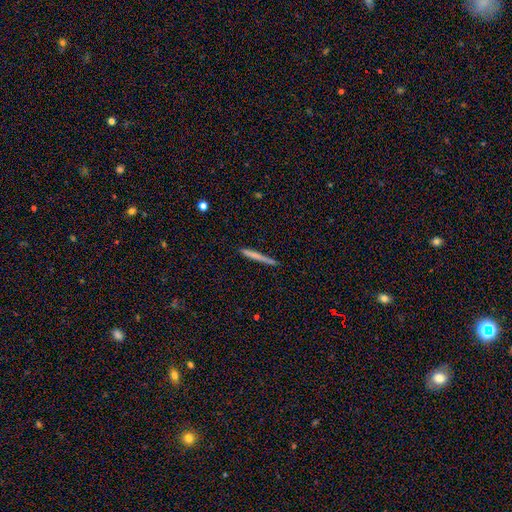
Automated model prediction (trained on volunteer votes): smooth_or_featured: smooth (p=0.63) [alt: featured or disk p=0.30]
how_rounded: cigar-shaped (p=0.96) [alt: in between p=0.02]
merging: none (p=0.85) [alt: minor disturbance p=0.11]